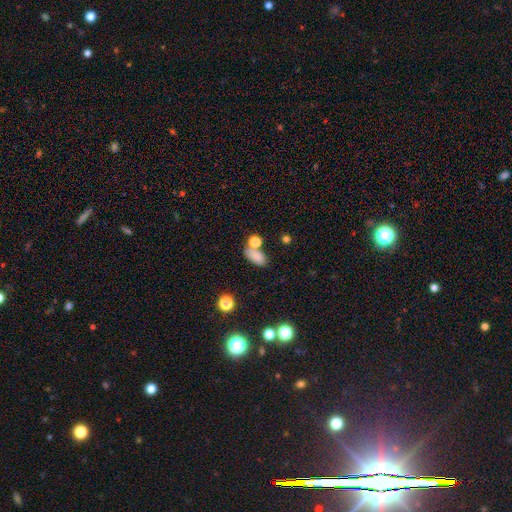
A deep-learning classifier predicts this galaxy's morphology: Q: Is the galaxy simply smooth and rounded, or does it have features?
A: smooth — 80%.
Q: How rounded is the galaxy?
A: in between — 85%.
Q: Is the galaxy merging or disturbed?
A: none — 57%.